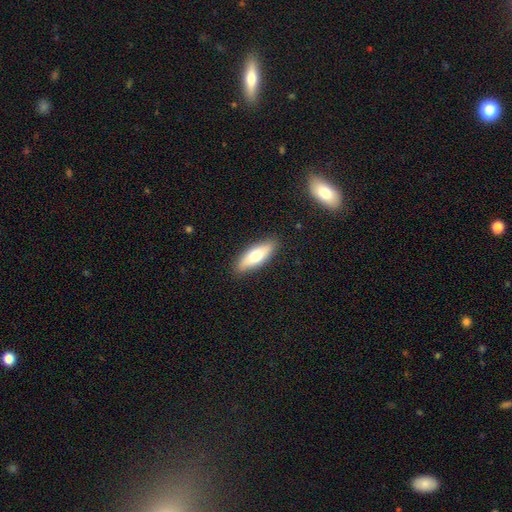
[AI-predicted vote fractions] The model was most divided on "how rounded": in between: 63%, cigar-shaped: 35%, round: 2%. More confident: merging — none (88%); smooth or featured — smooth (68%).